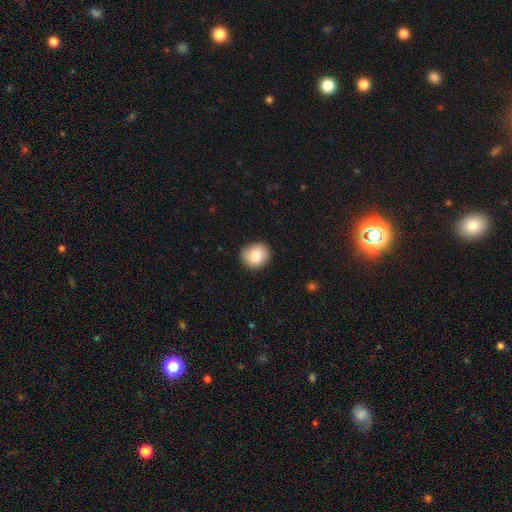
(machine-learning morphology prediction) This is clearly a smooth galaxy (87%). How rounded: clearly round (81%). Merging: clearly none (84%).